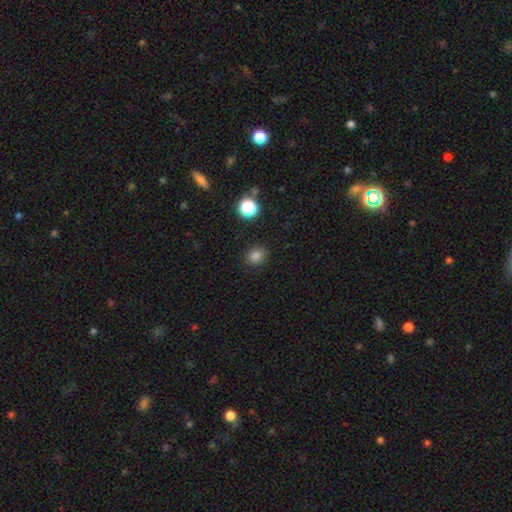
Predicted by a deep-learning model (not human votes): Morphology: type=smooth (82%); roundness=round (79%); merging=none (88%).